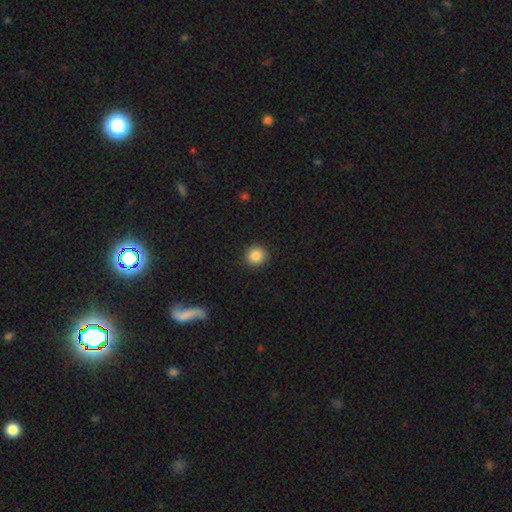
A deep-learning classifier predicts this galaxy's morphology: Smooth or featured: smooth — 87% (star or artifact — 9%)
How rounded: round — 92% (in between — 7%)
Merging: none — 91% (minor disturbance — 6%)